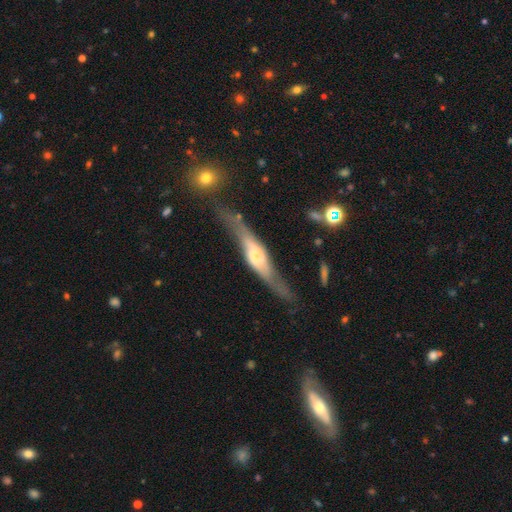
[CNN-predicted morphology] The model was most divided on "edge-on bulge": rounded: 59%, boxy: 31%, none: 10%. More confident: edge-on disk — yes (82%); smooth or featured — featured or disk (71%); merging — none (64%).